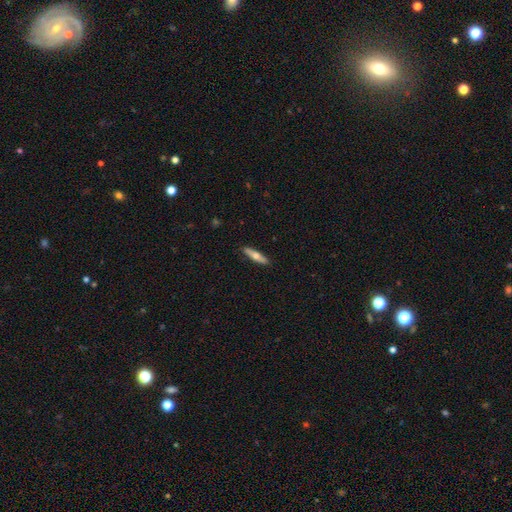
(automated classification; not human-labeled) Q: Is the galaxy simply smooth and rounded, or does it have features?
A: smooth — 53%.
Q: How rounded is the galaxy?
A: cigar-shaped — 79%.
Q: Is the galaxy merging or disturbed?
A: none — 89%.